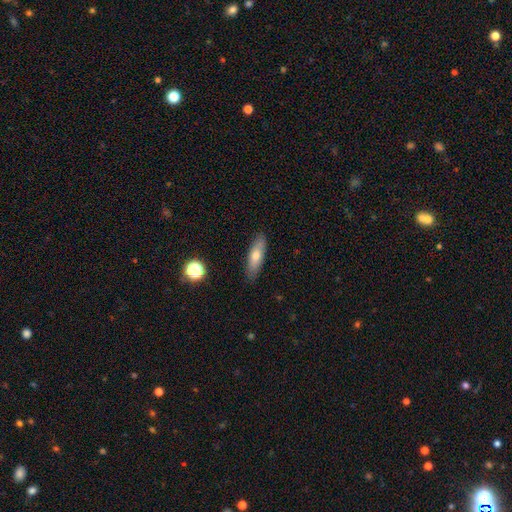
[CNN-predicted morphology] smooth 66%, featured or disk 26%, star or artifact 7%. Down the decision tree: how rounded — cigar-shaped (52%); merging — none (87%).